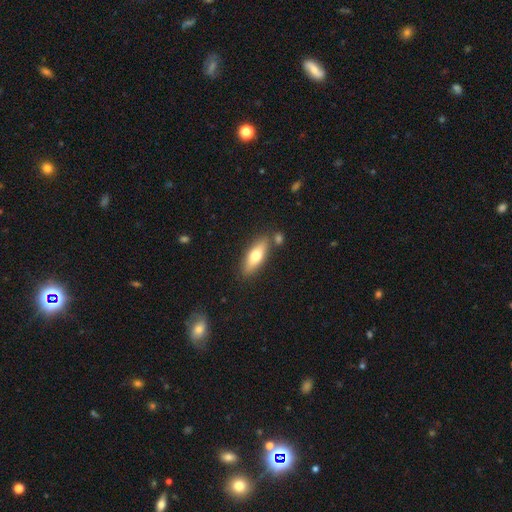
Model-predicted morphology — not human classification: Smooth or featured? Predicted: smooth (p=0.65). How rounded? Predicted: in between (p=0.57). Merging? Predicted: none (p=0.78).